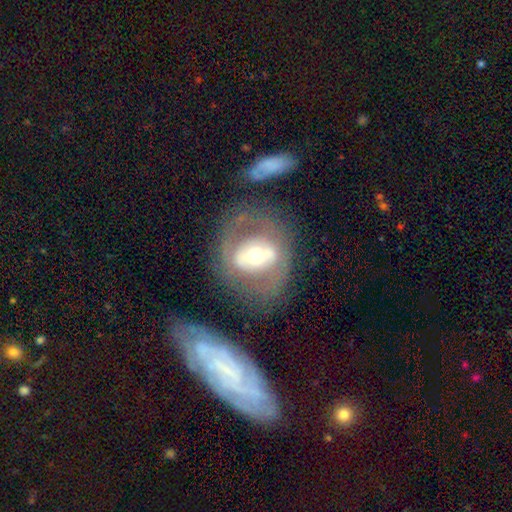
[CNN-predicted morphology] Overall: featured or disk (65%; smooth 28%). Edge-on disk: no (93%). Bar: strong (43%; weak 29%). Spiral arms: no (64%; yes 36%). Bulge size: moderate (68%). Merging: none (65%).